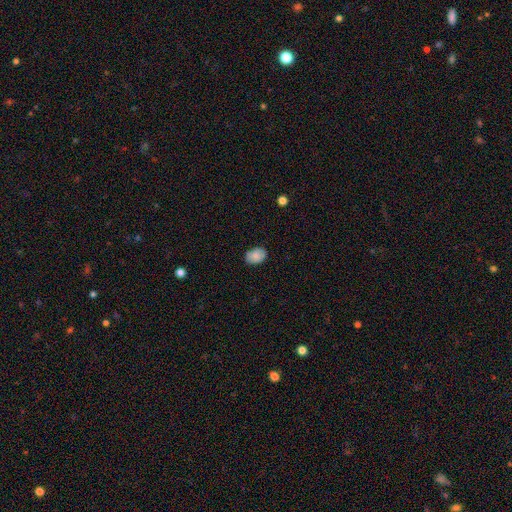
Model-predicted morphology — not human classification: A smooth galaxy with no disk features (84%) that is in between round and cigar-shaped (80%).

Vote fractions:
- Smooth or featured? smooth: 84% / featured or disk: 8% / star or artifact: 8%
- How rounded? in between: 80% / round: 19% / cigar-shaped: 1%
- Merging? none: 82% / minor disturbance: 14% / major disturbance: 3% / merger: 1%